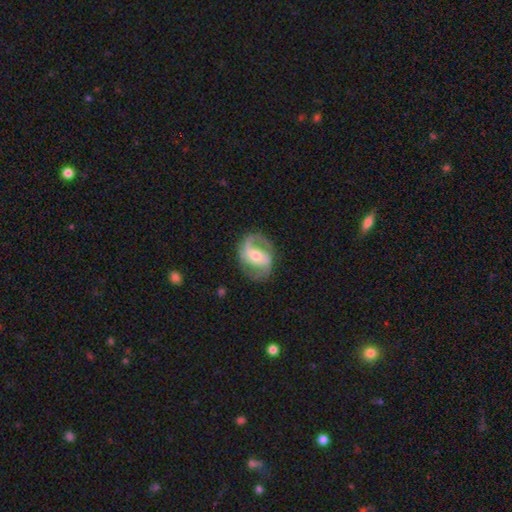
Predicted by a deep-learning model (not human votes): This appears to be a featured or disk galaxy (86%) with a weak bar (42%), 2 (85%) medium (52%) spiral arms (95%) and a moderate central bulge (59%). Merging: none (75%).